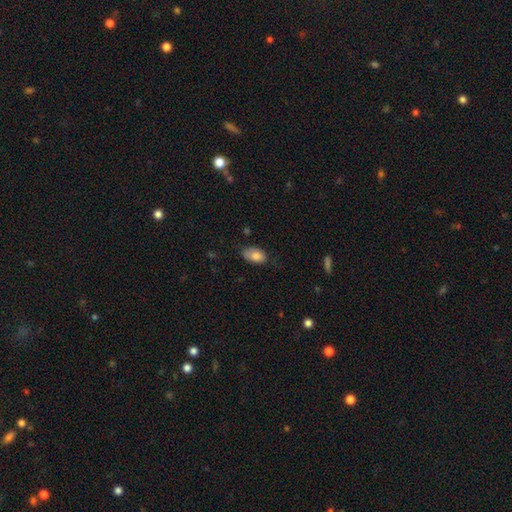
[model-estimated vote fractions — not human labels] A smooth galaxy with no disk features (82%) that is in between round and cigar-shaped (91%). Merging: none (59%).